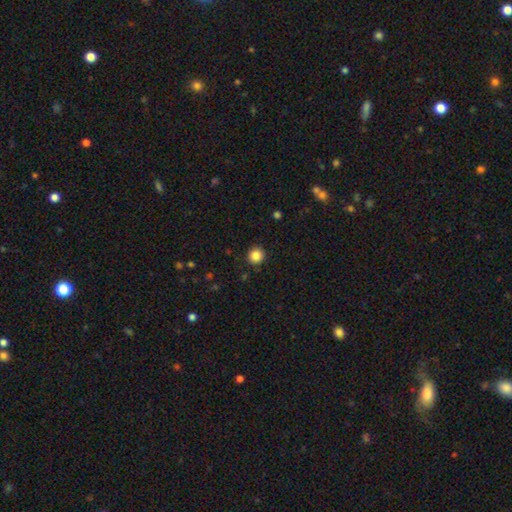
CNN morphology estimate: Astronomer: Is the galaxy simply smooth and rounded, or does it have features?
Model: smooth — 86%.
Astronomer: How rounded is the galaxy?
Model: round — 93%.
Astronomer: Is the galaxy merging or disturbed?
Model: none — 91%.